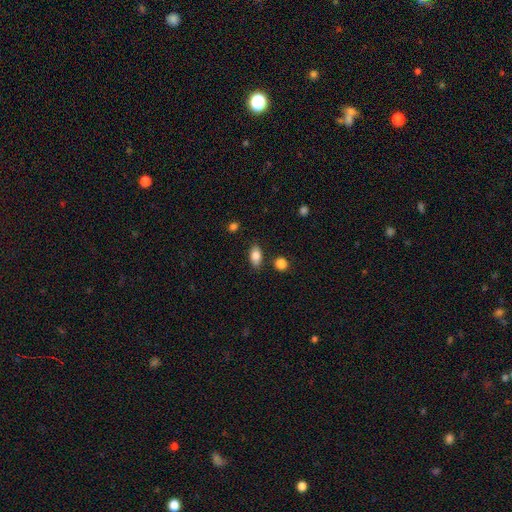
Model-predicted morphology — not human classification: Smooth or featured?
  - smooth: 84% *
  - featured or disk: 9%
  - star or artifact: 8%
How rounded?
  - in between: 88% *
  - round: 8%
  - cigar-shaped: 4%
Merging?
  - none: 81% *
  - minor disturbance: 12%
  - merger: 4%
  - major disturbance: 3%